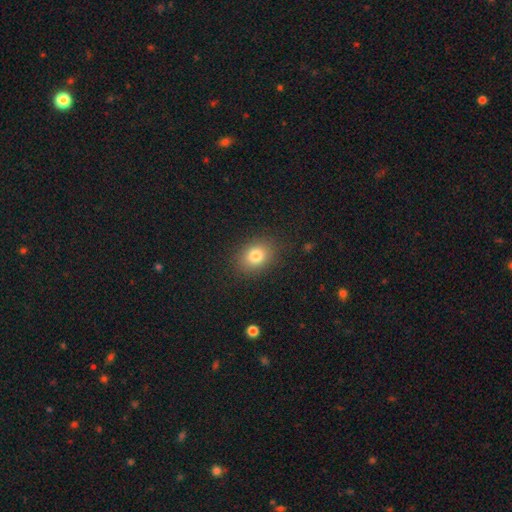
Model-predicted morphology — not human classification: This is clearly a smooth galaxy (80%). How rounded: possibly in between (54%). Merging: clearly none (86%).